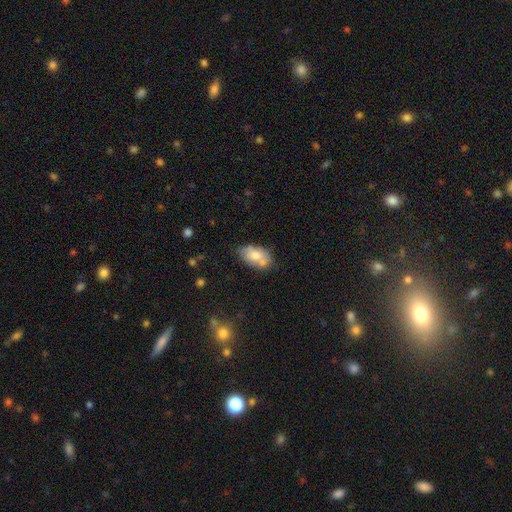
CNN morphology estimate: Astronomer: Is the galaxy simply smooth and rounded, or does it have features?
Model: smooth — 68%.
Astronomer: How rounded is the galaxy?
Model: in between — 91%.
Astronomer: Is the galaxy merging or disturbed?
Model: none — 49% (runner-up: minor disturbance, 24%).